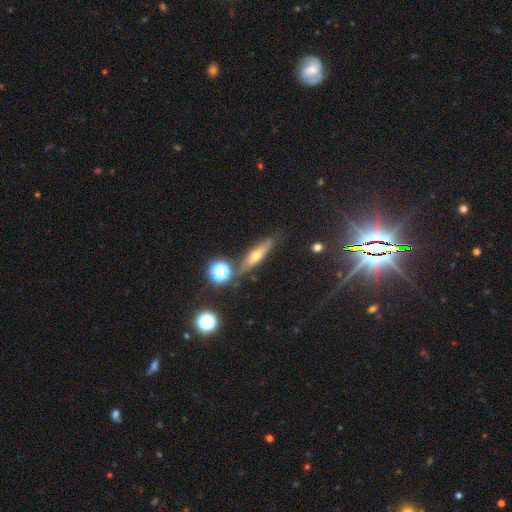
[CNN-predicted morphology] The model was most divided on "smooth or featured": featured or disk: 46%, smooth: 38%, star or artifact: 15%. More confident: merging — none (78%).